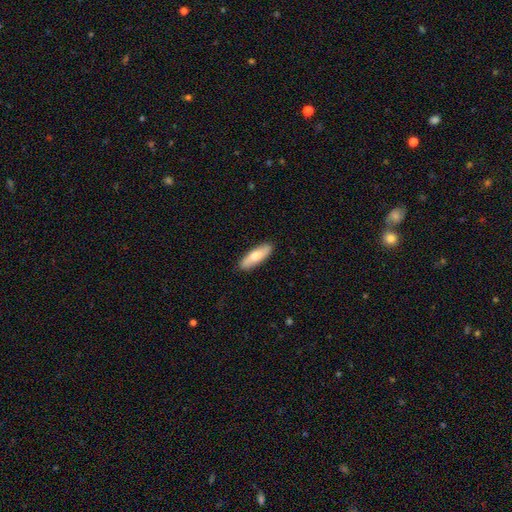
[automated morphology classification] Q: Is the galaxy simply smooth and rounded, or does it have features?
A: smooth — 72%.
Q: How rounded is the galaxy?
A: in between — 52%.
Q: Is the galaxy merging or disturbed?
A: none — 88%.